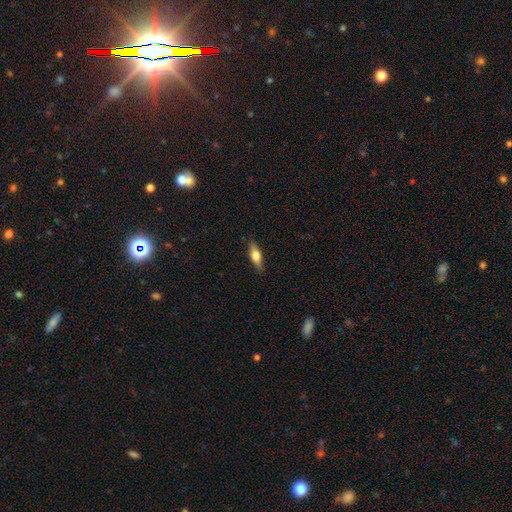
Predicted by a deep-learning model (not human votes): Smooth or featured? Predicted: smooth (p=0.57). How rounded? Predicted: in between (p=0.53). Merging? Predicted: none (p=0.87).